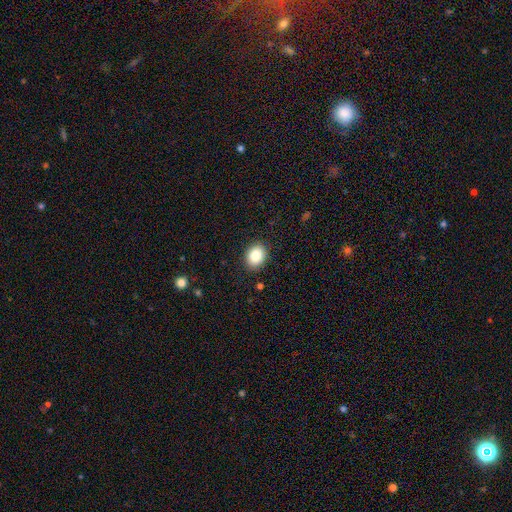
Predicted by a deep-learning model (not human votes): Smooth or featured? Predicted: smooth (p=0.87). How rounded? Predicted: in between (p=0.56). Merging? Predicted: none (p=0.89).